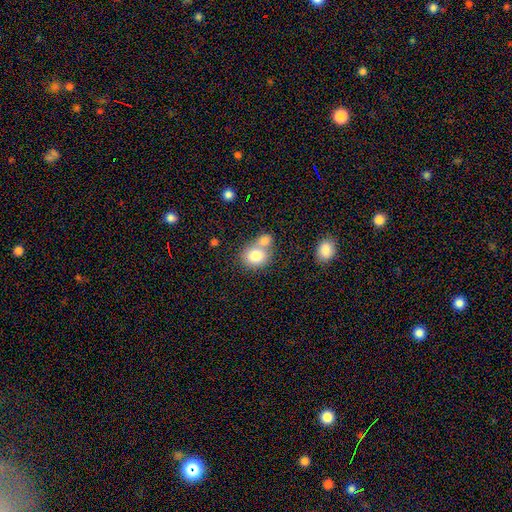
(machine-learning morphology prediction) smooth-or-featured: smooth: 80% | featured or disk: 12% | star or artifact: 8%
  how-rounded: round: 60% | in between: 39% | cigar-shaped: 1%
  merging: merger: 52% | none: 35% | minor disturbance: 9% | major disturbance: 4%